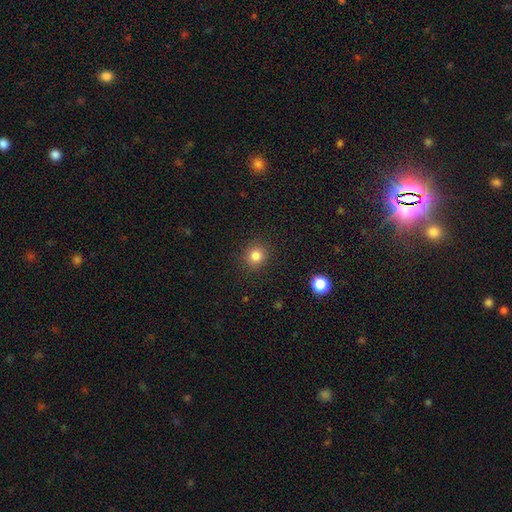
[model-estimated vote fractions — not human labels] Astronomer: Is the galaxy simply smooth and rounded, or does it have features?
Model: smooth — 83%.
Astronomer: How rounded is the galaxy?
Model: round — 90%.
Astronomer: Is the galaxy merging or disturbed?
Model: none — 91%.